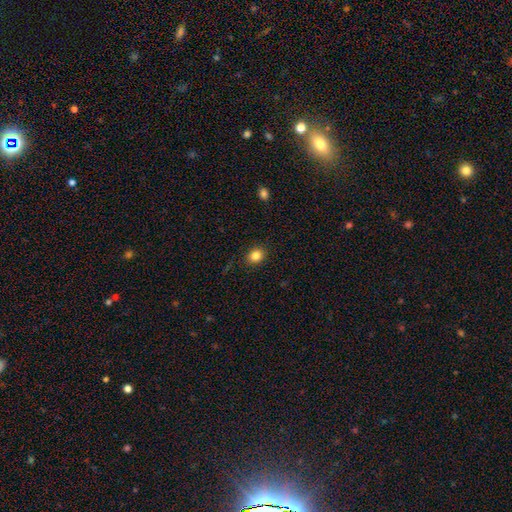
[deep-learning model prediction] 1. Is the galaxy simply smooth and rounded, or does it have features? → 84% smooth, 11% star or artifact, 5% featured or disk.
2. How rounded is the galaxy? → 61% round, 38% in between, 1% cigar-shaped.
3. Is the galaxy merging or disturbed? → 89% none, 8% minor disturbance, 2% major disturbance, 1% merger.